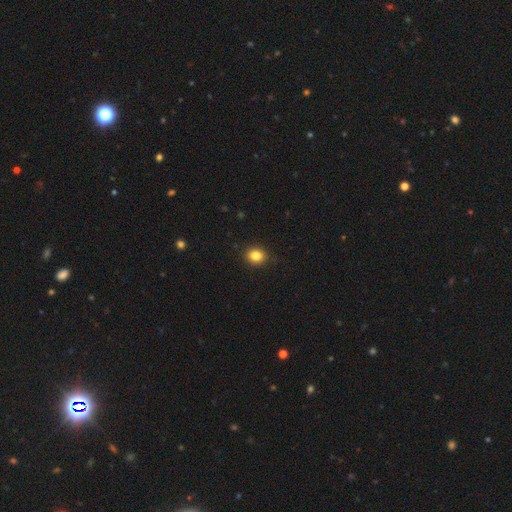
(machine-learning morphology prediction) This appears to be a smooth galaxy with no disk features (84%) that is round (69%). Merging: none (88%).